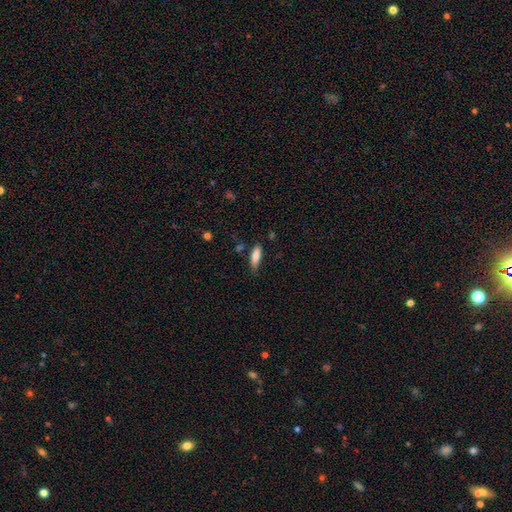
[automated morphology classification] Overall: smooth (83%). How rounded: in between (57%; cigar-shaped 41%). Merging: none (72%).